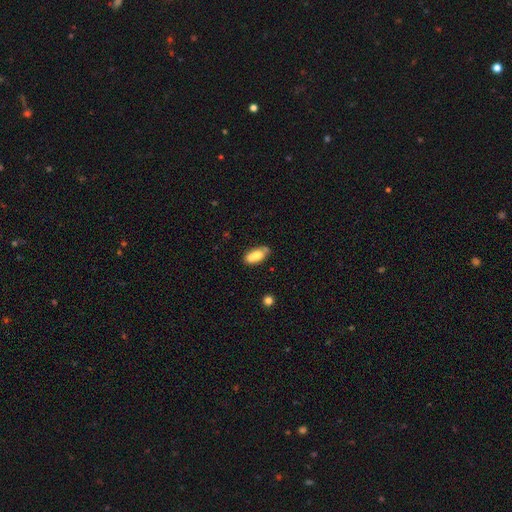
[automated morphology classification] A smooth galaxy with no disk features (68%) that is in between round and cigar-shaped (82%).

Vote fractions:
- Smooth or featured? smooth: 68% / featured or disk: 25% / star or artifact: 7%
- How rounded? in between: 82% / cigar-shaped: 14% / round: 3%
- Merging? none: 60% / minor disturbance: 20% / merger: 15% / major disturbance: 5%